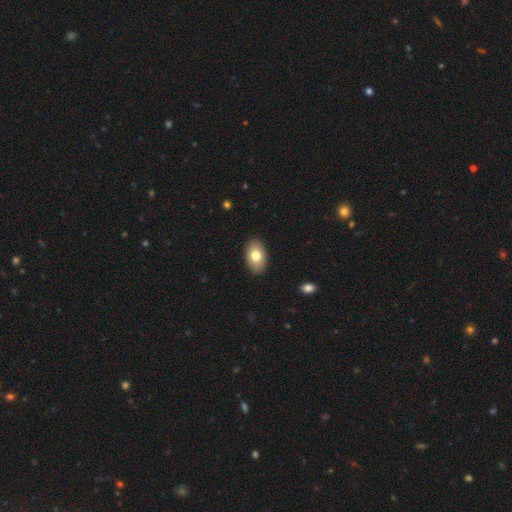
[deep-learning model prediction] This is likely a smooth galaxy (79%). How rounded: clearly in between (91%). Merging: clearly none (89%).